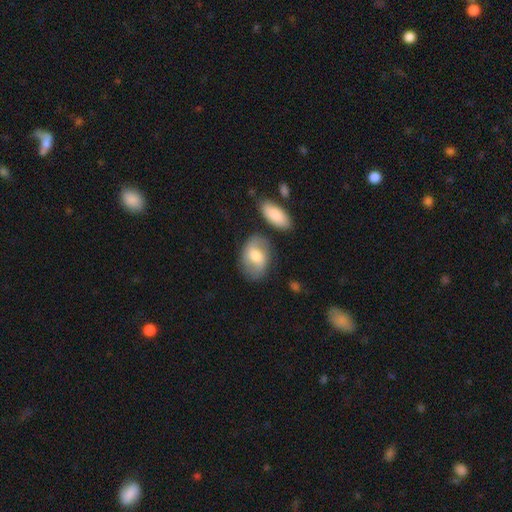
Volunteers were most divided on "smooth or featured": smooth: 61%, featured or disk: 33%, star or artifact: 6%. More confident: merging — none (82%); how rounded — in between (77%).